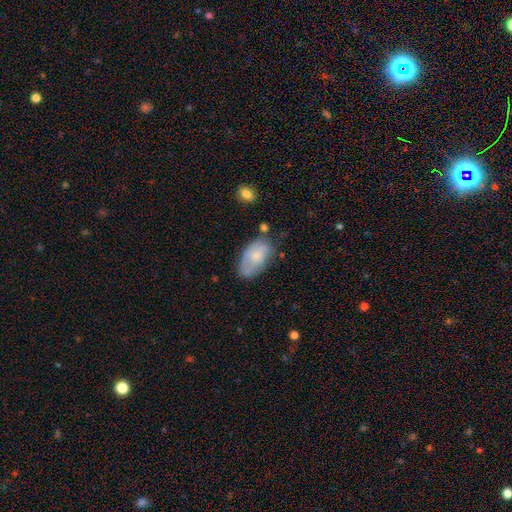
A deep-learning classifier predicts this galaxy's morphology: Overall: smooth (61%; featured or disk 32%). How rounded: in between (93%). Merging: none (52%; minor disturbance 32%).